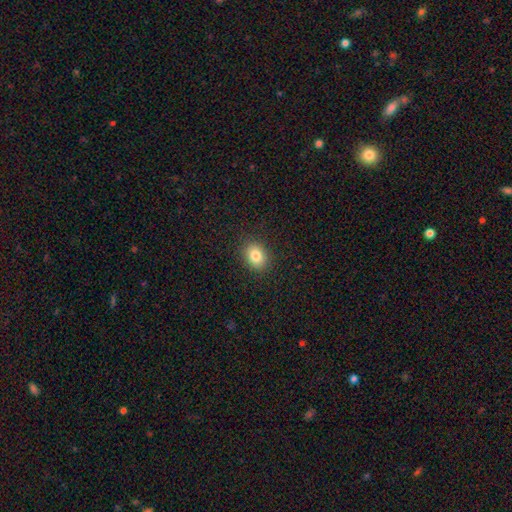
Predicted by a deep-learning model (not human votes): Smooth or featured? Predicted: smooth (p=0.82). How rounded? Predicted: in between (p=0.52). Merging? Predicted: none (p=0.89).